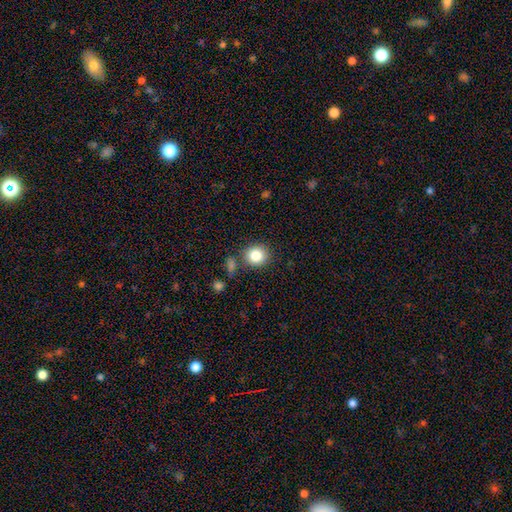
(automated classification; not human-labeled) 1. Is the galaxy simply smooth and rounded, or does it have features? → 84% smooth, 10% star or artifact, 6% featured or disk.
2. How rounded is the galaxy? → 85% round, 14% in between, 1% cigar-shaped.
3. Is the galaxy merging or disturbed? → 80% none, 10% minor disturbance, 7% merger, 3% major disturbance.